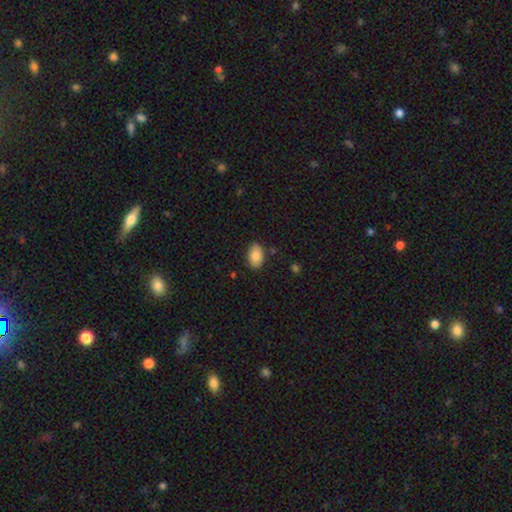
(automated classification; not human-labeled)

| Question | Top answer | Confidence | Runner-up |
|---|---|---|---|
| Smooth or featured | smooth | 83% | featured or disk (10%) |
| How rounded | in between | 88% | round (11%) |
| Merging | none | 85% | minor disturbance (11%) |